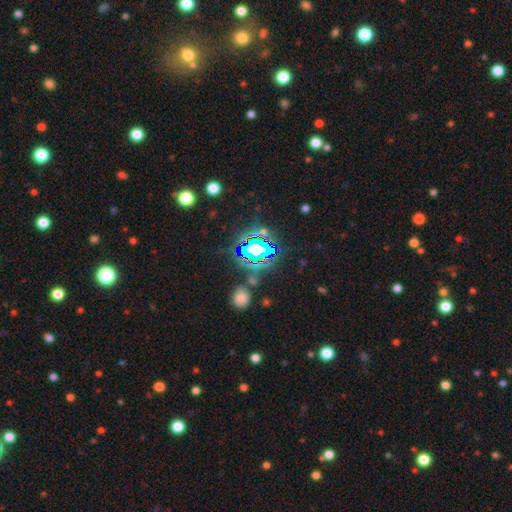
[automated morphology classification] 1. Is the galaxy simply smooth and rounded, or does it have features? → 73% star or artifact, 16% smooth, 11% featured or disk.